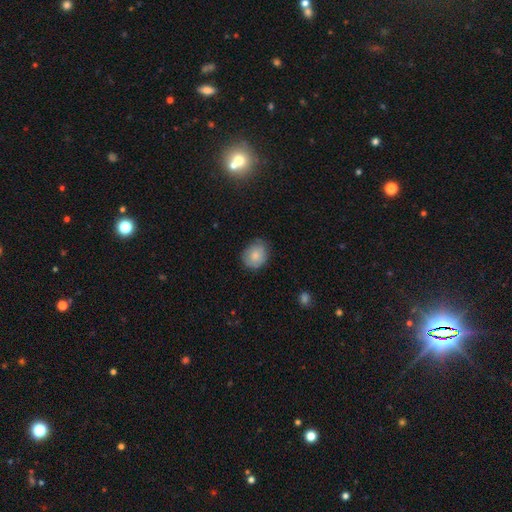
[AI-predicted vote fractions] Smooth or featured? Predicted: smooth (p=0.77). How rounded? Predicted: round (p=0.65). Merging? Predicted: none (p=0.71).